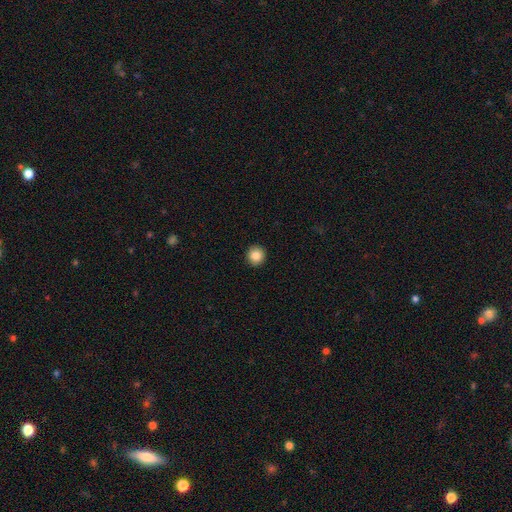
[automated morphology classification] Smooth or featured?
  - smooth: 85% *
  - star or artifact: 9%
  - featured or disk: 6%
How rounded?
  - round: 93% *
  - in between: 6%
  - cigar-shaped: 1%
Merging?
  - none: 93% *
  - minor disturbance: 5%
  - major disturbance: 1%
  - merger: 1%